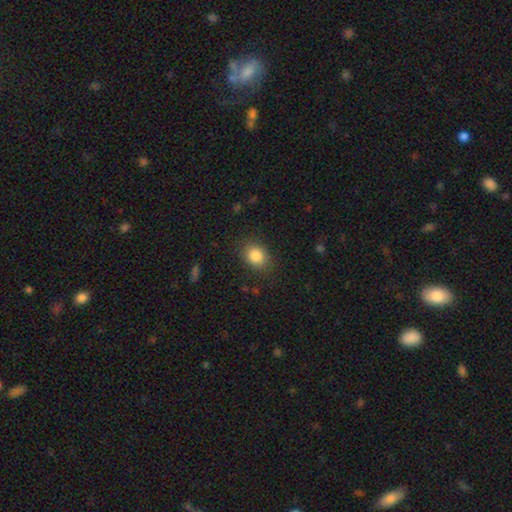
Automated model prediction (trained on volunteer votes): This appears to be a smooth galaxy with no disk features (84%) that is in between round and cigar-shaped (54%). Merging: none (85%).